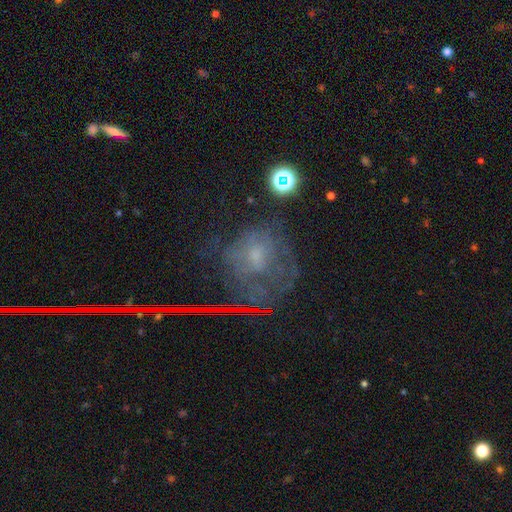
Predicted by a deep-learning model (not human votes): Smooth or featured: featured or disk — 43% (smooth — 29%)
Merging: none — 53% (major disturbance — 23%)